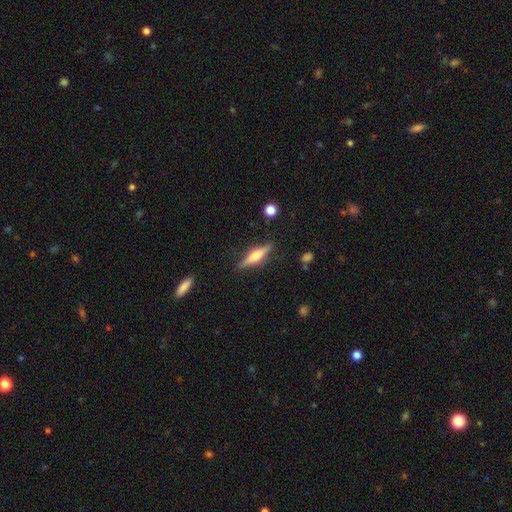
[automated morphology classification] Smooth or featured? featured or disk (64%)
Edge-on disk? yes (96%)
Edge-on bulge? rounded (91%)
Merging? none (86%)